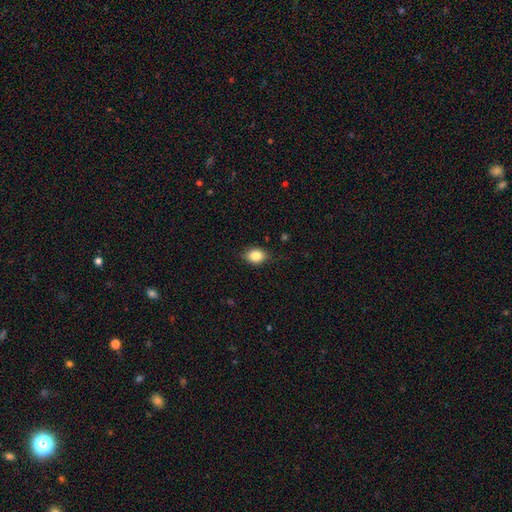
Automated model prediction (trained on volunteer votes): The model was most divided on "how rounded": in between: 66%, round: 33%, cigar-shaped: 1%. More confident: smooth or featured — smooth (85%); merging — none (83%).